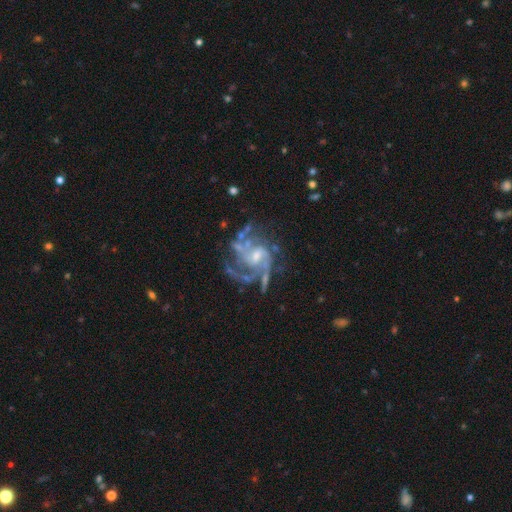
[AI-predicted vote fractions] featured or disk 90%, star or artifact 7%, smooth 4%. Down the decision tree: edge-on disk — no (98%); bar — weak (46%); spiral arms — yes (97%); spiral arm count — 3 (31%); spiral winding — medium (51%); bulge size — small (50%); merging — none (58%).